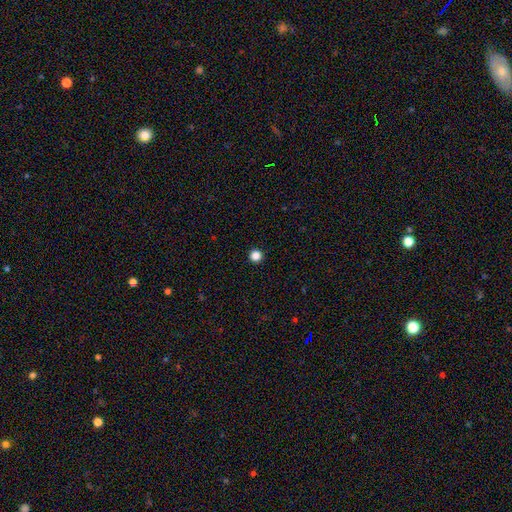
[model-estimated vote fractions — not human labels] smooth-or-featured: smooth: 84% | star or artifact: 13% | featured or disk: 3%
  how-rounded: round: 96% | in between: 3% | cigar-shaped: 1%
  merging: none: 94% | minor disturbance: 3% | major disturbance: 1% | merger: 1%